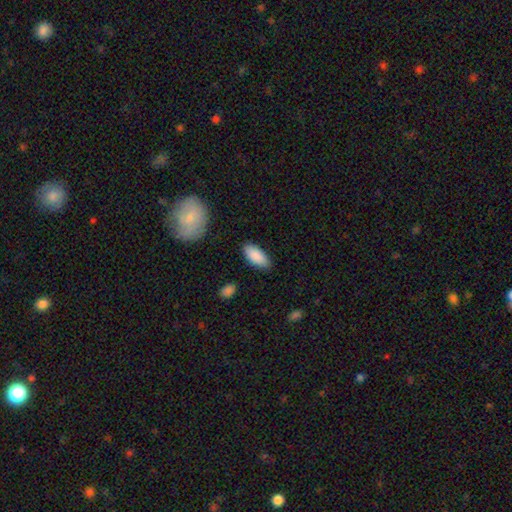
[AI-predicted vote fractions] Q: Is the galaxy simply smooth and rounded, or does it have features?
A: smooth — 89%.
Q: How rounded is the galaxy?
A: in between — 90%.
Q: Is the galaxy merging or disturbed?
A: none — 85%.